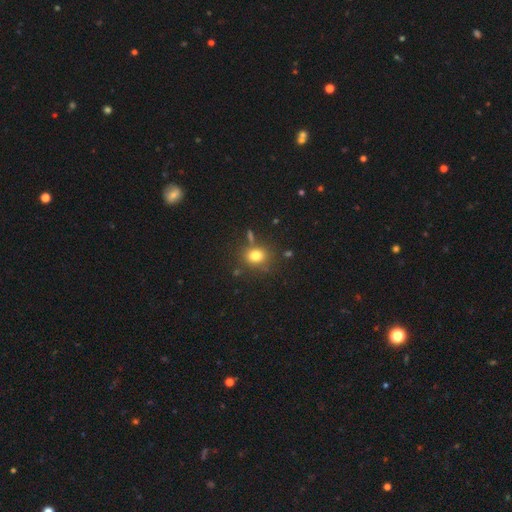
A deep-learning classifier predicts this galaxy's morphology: The model was most divided on "how rounded": round: 70%, in between: 29%, cigar-shaped: 1%. More confident: smooth or featured — smooth (78%); merging — none (76%).